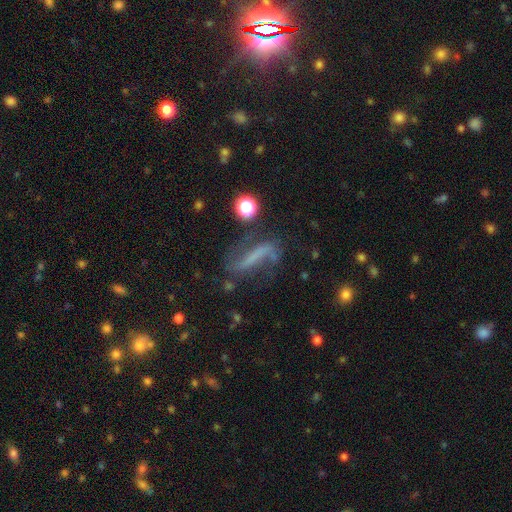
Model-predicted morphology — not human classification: Smooth or featured? featured or disk (59%)
Edge-on disk? no (78%)
Merging? none (57%)